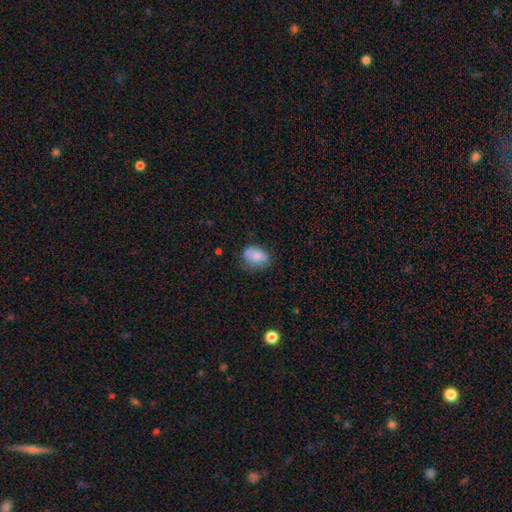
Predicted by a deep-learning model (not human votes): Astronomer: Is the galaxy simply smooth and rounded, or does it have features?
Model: smooth — 72%.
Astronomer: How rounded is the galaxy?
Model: in between — 65%.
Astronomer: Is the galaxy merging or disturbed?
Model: none — 63%.